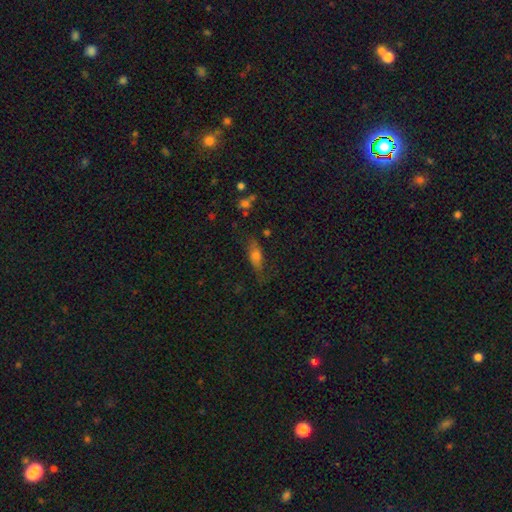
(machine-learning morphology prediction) Smooth or featured? Predicted: smooth (p=0.62). How rounded? Predicted: in between (p=0.62). Merging? Predicted: none (p=0.66).